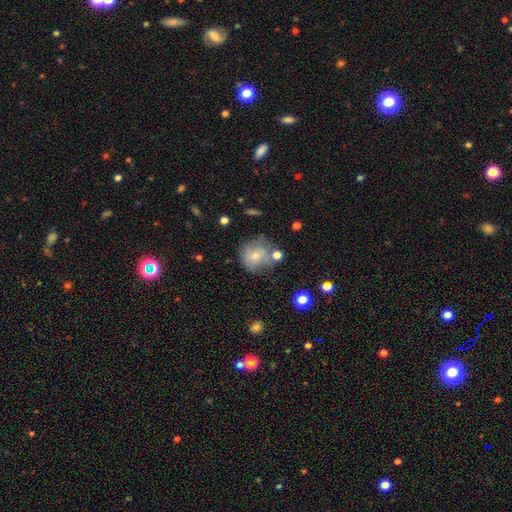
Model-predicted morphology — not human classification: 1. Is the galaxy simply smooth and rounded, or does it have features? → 66% smooth, 24% featured or disk, 10% star or artifact.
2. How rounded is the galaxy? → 85% round, 14% in between, 1% cigar-shaped.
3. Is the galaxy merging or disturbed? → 56% none, 21% minor disturbance, 13% merger, 10% major disturbance.